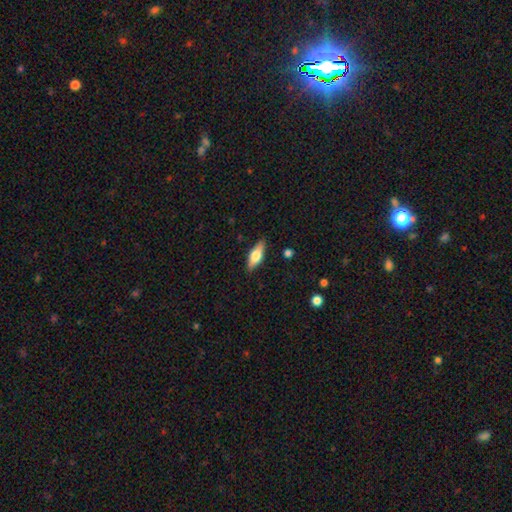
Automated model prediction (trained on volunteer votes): smooth-or-featured: smooth: 57% | featured or disk: 37% | star or artifact: 6%
  how-rounded: in between: 66% | cigar-shaped: 31% | round: 3%
  merging: none: 86% | minor disturbance: 10% | major disturbance: 2% | merger: 1%